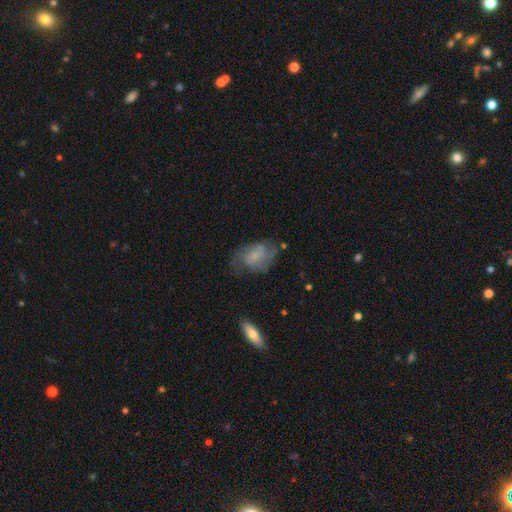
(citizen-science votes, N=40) Smooth or featured: smooth — 55% (featured or disk — 40%)
How rounded: in between — 91% (round — 9%)
Merging: none — 50% (major disturbance — 32%)